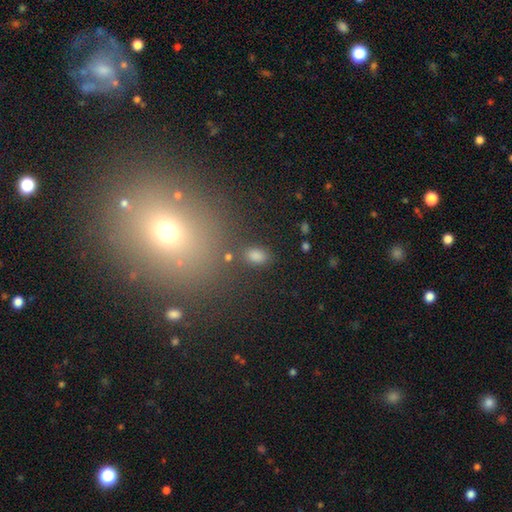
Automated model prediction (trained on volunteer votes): Smooth or featured?
  - smooth: 81% *
  - star or artifact: 14%
  - featured or disk: 6%
How rounded?
  - in between: 88% *
  - round: 10%
  - cigar-shaped: 2%
Merging?
  - none: 78% *
  - minor disturbance: 11%
  - merger: 5%
  - major disturbance: 5%